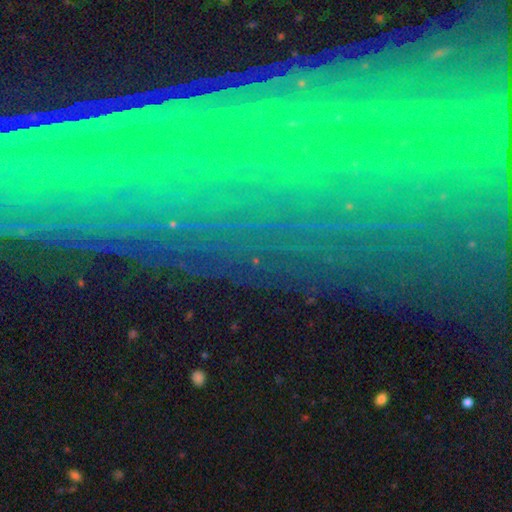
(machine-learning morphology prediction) star or artifact 76%, featured or disk 14%, smooth 11%.